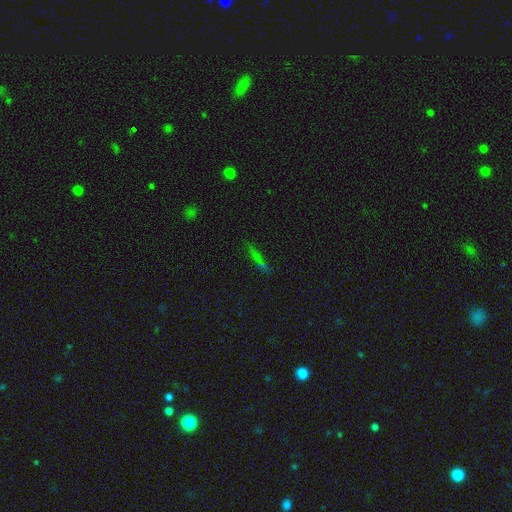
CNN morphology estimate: Smooth or featured?
  - smooth: 44% *
  - star or artifact: 30%
  - featured or disk: 26%
Merging?
  - none: 75% *
  - minor disturbance: 14%
  - merger: 6%
  - major disturbance: 6%